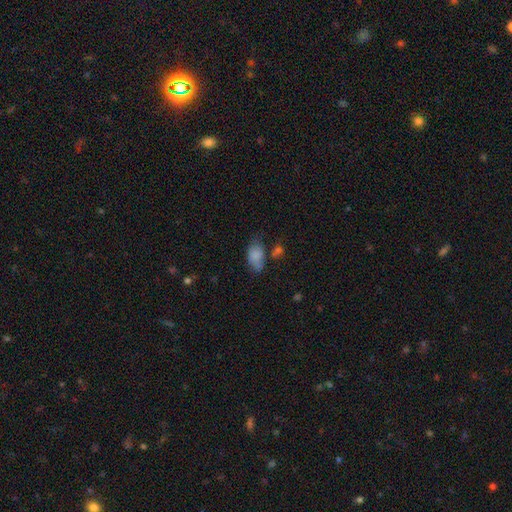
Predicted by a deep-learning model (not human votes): Morphology: type=smooth (80%); roundness=in between (90%); merging=none (49%).